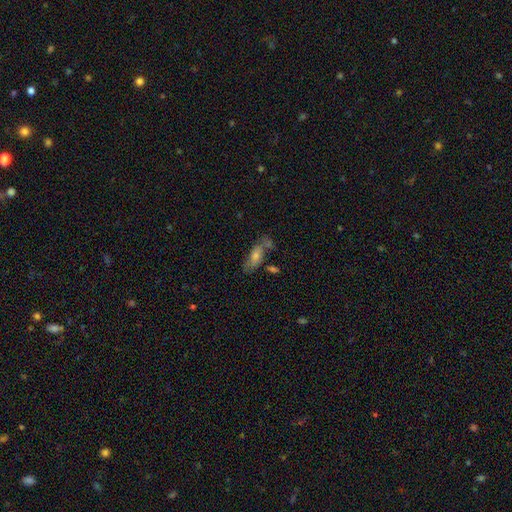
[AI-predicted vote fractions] smooth 49%, featured or disk 38%, star or artifact 13%. Down the decision tree: merging — none (55%).